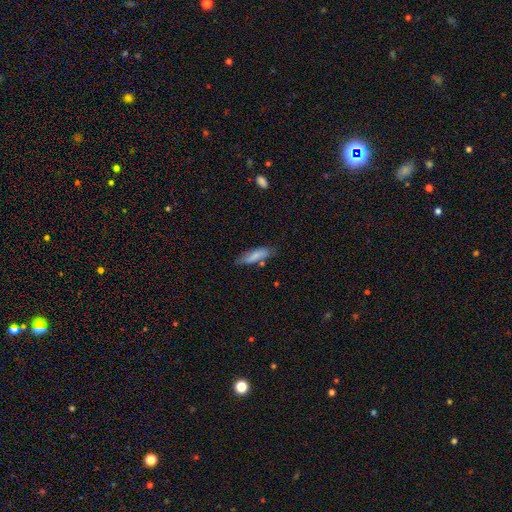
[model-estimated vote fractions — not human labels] A smooth galaxy with no disk features (76%) that is cigar-shaped (58%). Merging: none (69%).